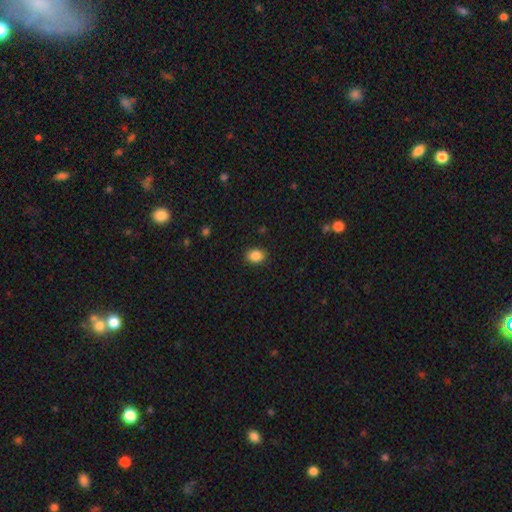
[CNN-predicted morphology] smooth-or-featured: smooth: 87% | star or artifact: 9% | featured or disk: 3%
  how-rounded: in between: 55% | round: 44% | cigar-shaped: 1%
  merging: none: 88% | minor disturbance: 8% | major disturbance: 2% | merger: 1%